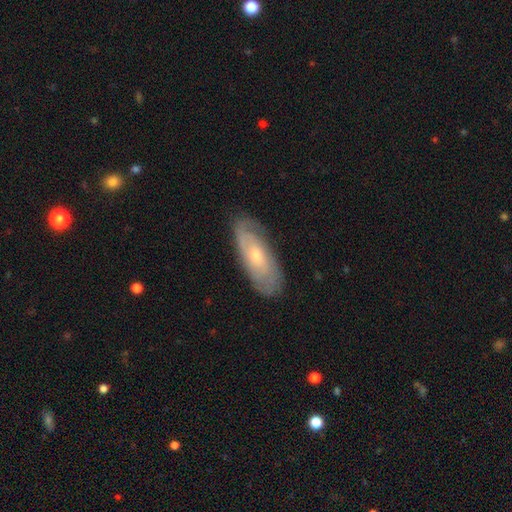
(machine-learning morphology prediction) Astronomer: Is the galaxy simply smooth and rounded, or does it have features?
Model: featured or disk — 61%.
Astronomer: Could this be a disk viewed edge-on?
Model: no — 83%.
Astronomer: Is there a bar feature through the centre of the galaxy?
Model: no — 71%.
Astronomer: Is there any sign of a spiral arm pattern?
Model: yes — 79%.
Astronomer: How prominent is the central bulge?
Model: small — 51% (runner-up: moderate, 44%).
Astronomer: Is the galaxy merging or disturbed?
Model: none — 79%.